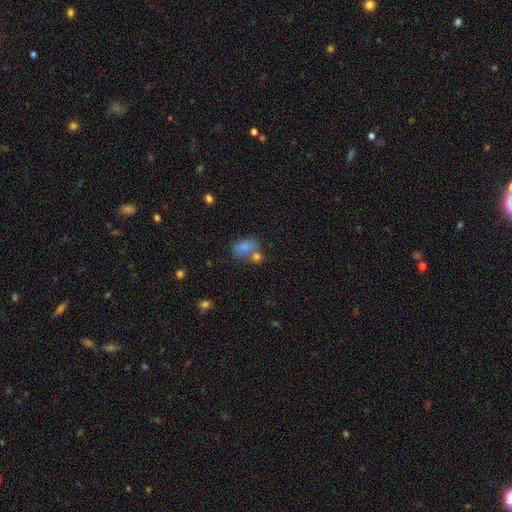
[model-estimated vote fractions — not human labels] Morphology: type=smooth (68%); roundness=in between (71%); merging=none (44%).